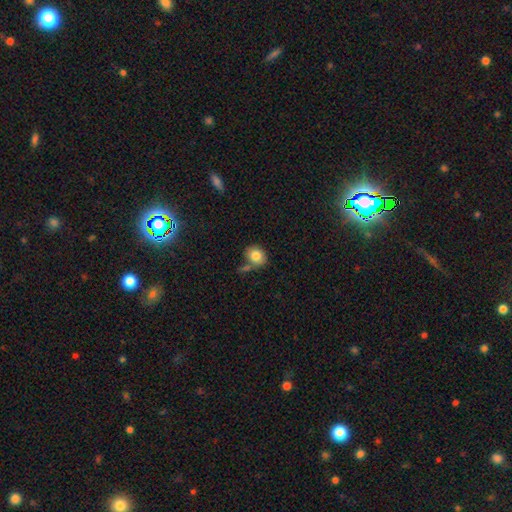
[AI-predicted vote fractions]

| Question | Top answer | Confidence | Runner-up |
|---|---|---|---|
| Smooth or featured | smooth | 82% | featured or disk (9%) |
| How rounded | round | 62% | in between (37%) |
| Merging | none | 60% | merger (18%) |